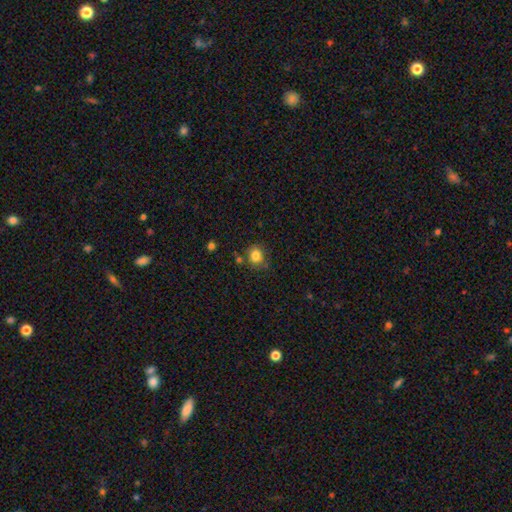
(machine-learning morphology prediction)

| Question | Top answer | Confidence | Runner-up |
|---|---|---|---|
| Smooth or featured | smooth | 82% | star or artifact (11%) |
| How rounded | round | 70% | in between (29%) |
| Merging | none | 74% | minor disturbance (17%) |